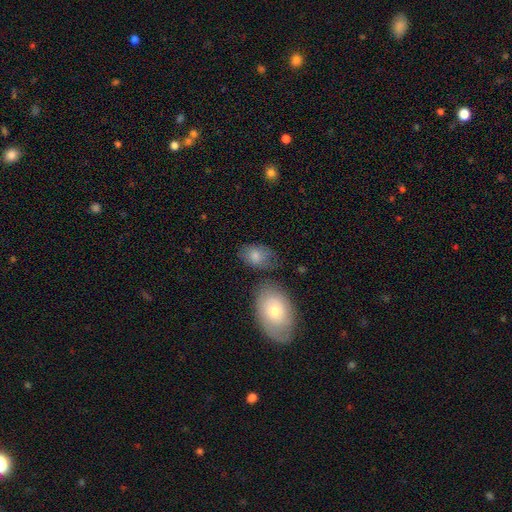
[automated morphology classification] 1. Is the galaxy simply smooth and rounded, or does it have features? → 77% smooth, 14% featured or disk, 8% star or artifact.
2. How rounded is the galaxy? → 81% in between, 18% round, 1% cigar-shaped.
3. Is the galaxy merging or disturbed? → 55% none, 23% minor disturbance, 14% merger, 9% major disturbance.